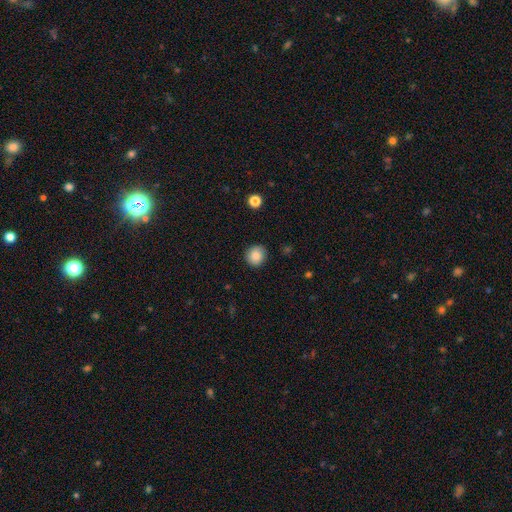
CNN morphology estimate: A smooth galaxy with no disk features (86%) that is round (91%).

Vote fractions:
- Smooth or featured? smooth: 86% / star or artifact: 9% / featured or disk: 5%
- How rounded? round: 91% / in between: 9% / cigar-shaped: 1%
- Merging? none: 89% / minor disturbance: 8% / major disturbance: 2% / merger: 1%